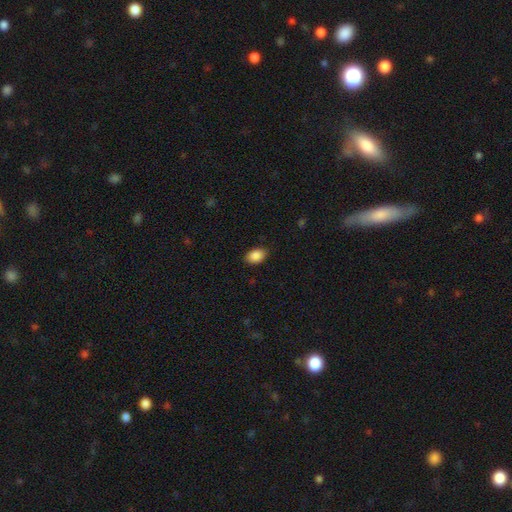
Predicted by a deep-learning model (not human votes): Smooth or featured? smooth (89%)
How rounded? in between (85%)
Merging? none (86%)